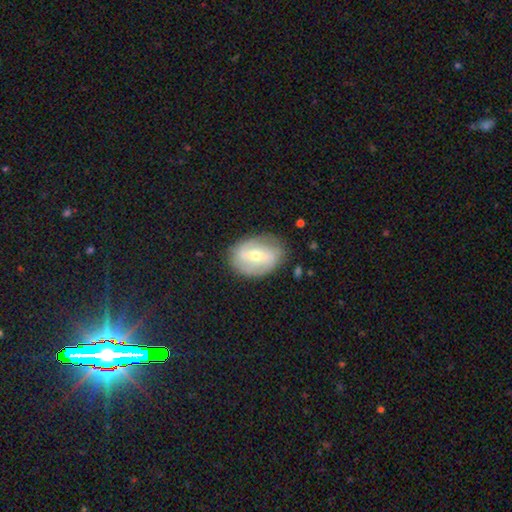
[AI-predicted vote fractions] Morphology: type=featured or disk (63%); edge-on=no (94%); bar=weak (40%); spiral arms=yes (70%); bulge=moderate (50%); merging=none (78%).